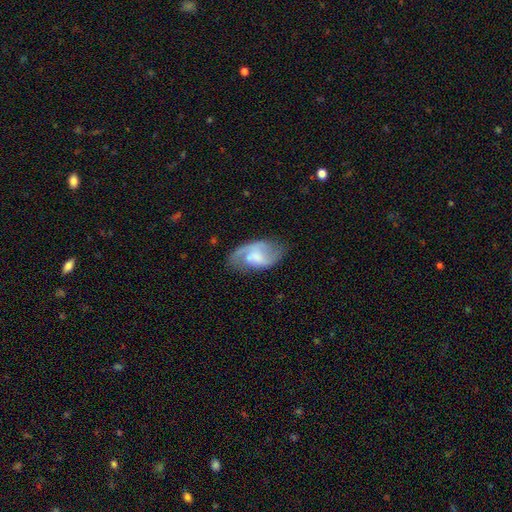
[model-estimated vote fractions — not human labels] Morphology: type=featured or disk (70%); edge-on=no (96%); bar=weak (45%); spiral arms=yes (91%); winding=medium (48%); arm count=2 (71%); bulge=none (31%); merging=none (61%).